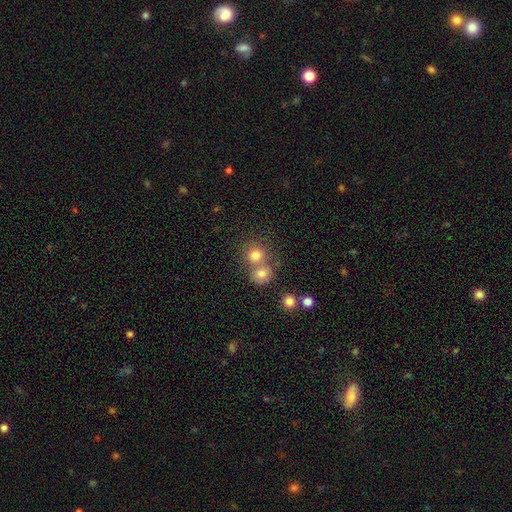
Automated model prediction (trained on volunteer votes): Smooth or featured: smooth — 77% (star or artifact — 14%)
How rounded: round — 84% (in between — 15%)
Merging: none — 48% (merger — 42%)